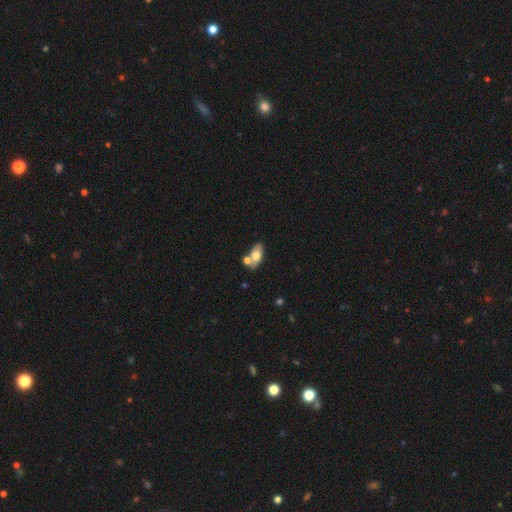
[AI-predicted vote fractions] Q: Smooth or featured?
A: smooth (67%); runner-up: featured or disk (25%)
Q: How rounded?
A: in between (89%); runner-up: cigar-shaped (6%)
Q: Merging?
A: none (57%); runner-up: merger (27%)